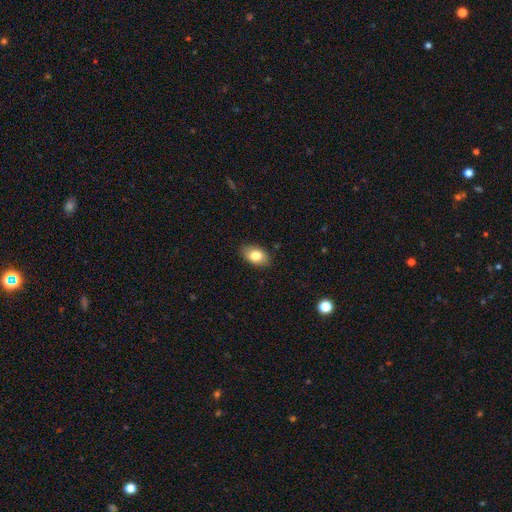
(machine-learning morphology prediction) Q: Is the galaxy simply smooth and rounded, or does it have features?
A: smooth — 80%.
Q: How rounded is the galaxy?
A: in between — 88%.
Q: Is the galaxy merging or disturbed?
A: none — 83%.